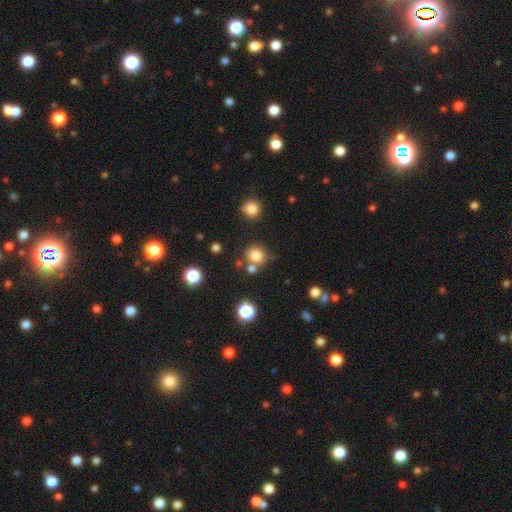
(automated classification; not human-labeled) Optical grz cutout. It shows a smooth galaxy with no disk features (80%) that is round (83%). Merging: none (69%).